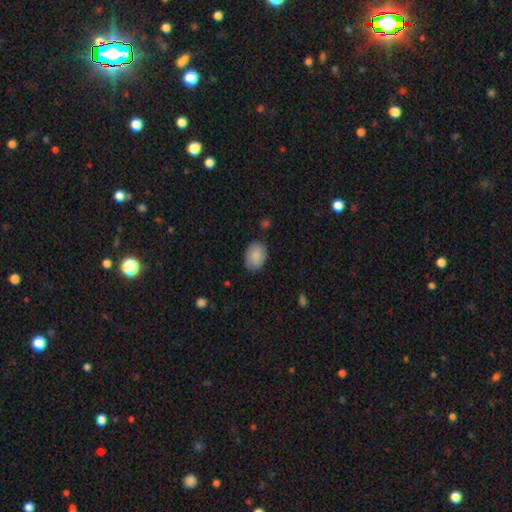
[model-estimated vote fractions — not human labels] Overall: smooth (86%). How rounded: in between (78%). Merging: none (81%).